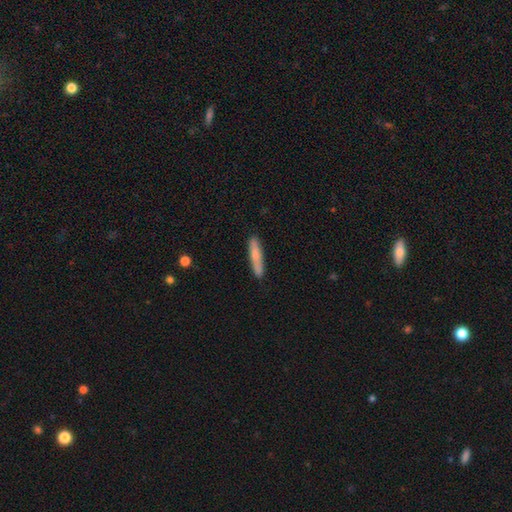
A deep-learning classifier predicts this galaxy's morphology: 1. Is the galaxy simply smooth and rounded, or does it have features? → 74% smooth, 20% featured or disk, 6% star or artifact.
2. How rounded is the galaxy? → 91% cigar-shaped, 8% in between, 1% round.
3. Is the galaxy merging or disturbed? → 87% none, 9% minor disturbance, 2% major disturbance, 1% merger.